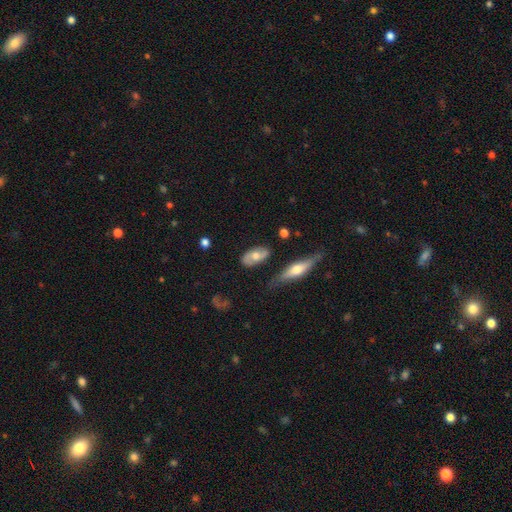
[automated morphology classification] smooth-or-featured: smooth: 47% | featured or disk: 46% | star or artifact: 6%
  merging: none: 72% | minor disturbance: 19% | major disturbance: 6% | merger: 3%